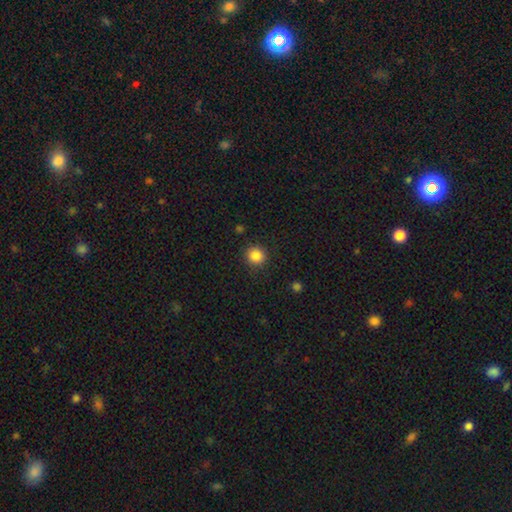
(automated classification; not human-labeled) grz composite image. It shows a smooth galaxy with no disk features (85%) that is round (92%). Merging: none (90%).